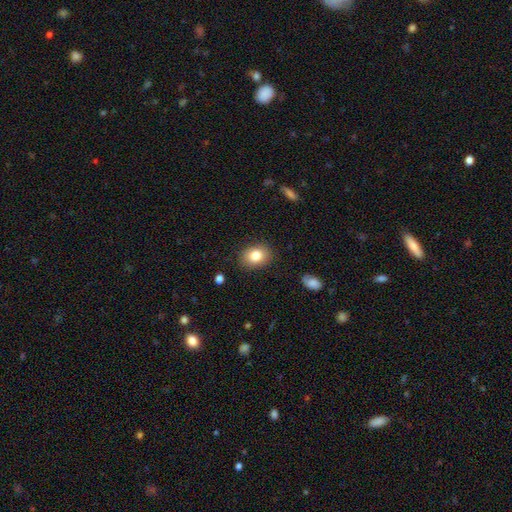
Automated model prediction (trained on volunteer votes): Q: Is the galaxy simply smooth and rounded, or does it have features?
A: smooth — 82%.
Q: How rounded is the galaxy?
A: in between — 62%.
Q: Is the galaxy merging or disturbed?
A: none — 86%.